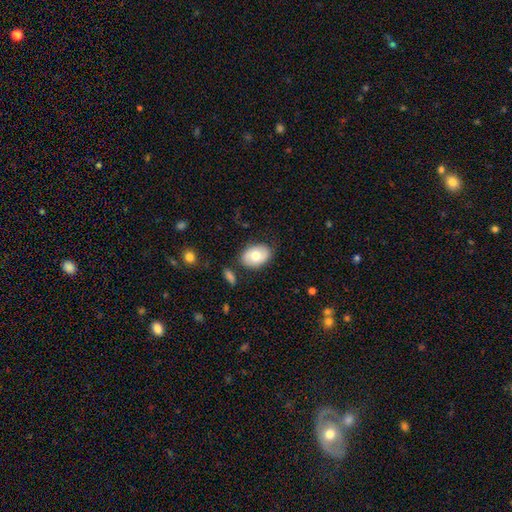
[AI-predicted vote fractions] A smooth galaxy with no disk features (69%) that is in between round and cigar-shaped (81%).

Vote fractions:
- Smooth or featured? smooth: 69% / featured or disk: 24% / star or artifact: 7%
- How rounded? in between: 81% / round: 18% / cigar-shaped: 1%
- Merging? none: 80% / minor disturbance: 13% / major disturbance: 3% / merger: 3%